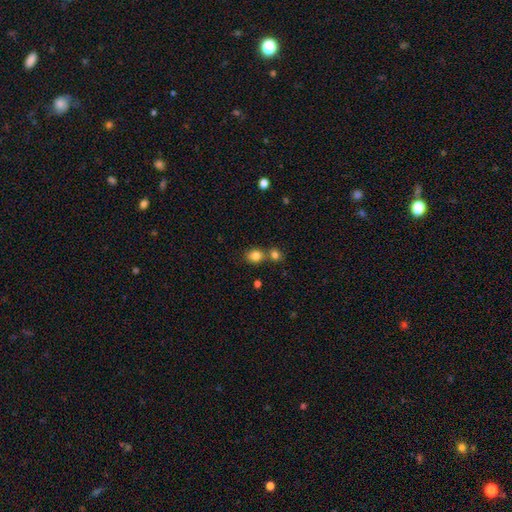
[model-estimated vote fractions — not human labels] smooth-or-featured: smooth: 82% | star or artifact: 11% | featured or disk: 6%
  how-rounded: round: 64% | in between: 35% | cigar-shaped: 1%
  merging: none: 56% | merger: 32% | minor disturbance: 9% | major disturbance: 3%